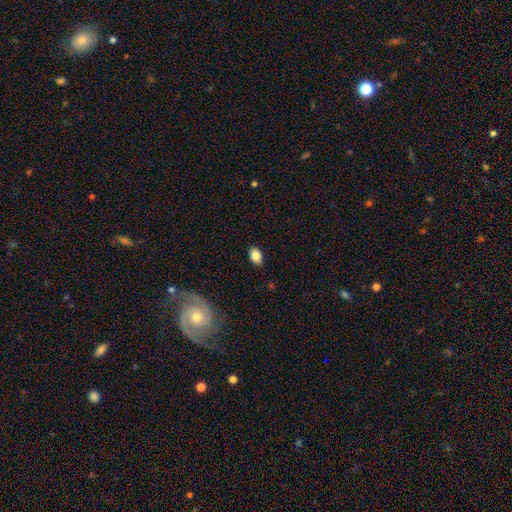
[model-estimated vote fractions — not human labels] smooth_or_featured: smooth (p=0.86) [alt: star or artifact p=0.08]
how_rounded: in between (p=0.84) [alt: round p=0.14]
merging: none (p=0.86) [alt: minor disturbance p=0.10]